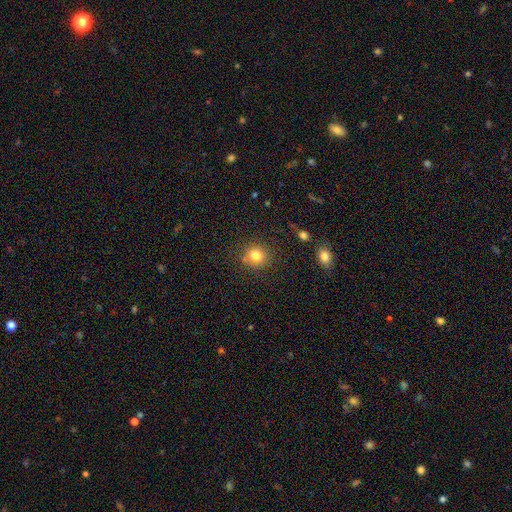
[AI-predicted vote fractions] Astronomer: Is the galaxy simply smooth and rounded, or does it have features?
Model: smooth — 81%.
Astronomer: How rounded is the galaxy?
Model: round — 89%.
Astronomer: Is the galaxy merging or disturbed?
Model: none — 82%.